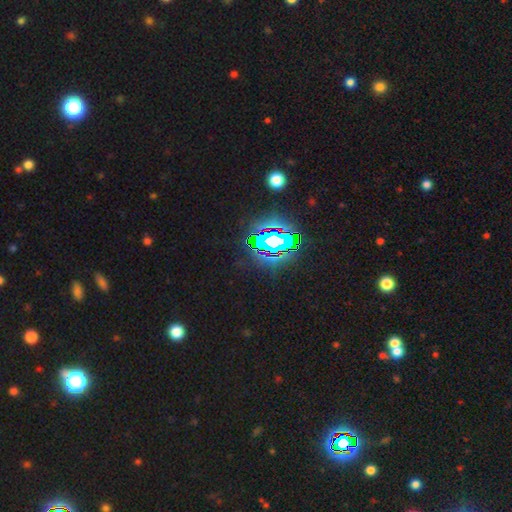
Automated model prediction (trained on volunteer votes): Q: Smooth or featured?
A: star or artifact (83%); runner-up: smooth (10%)